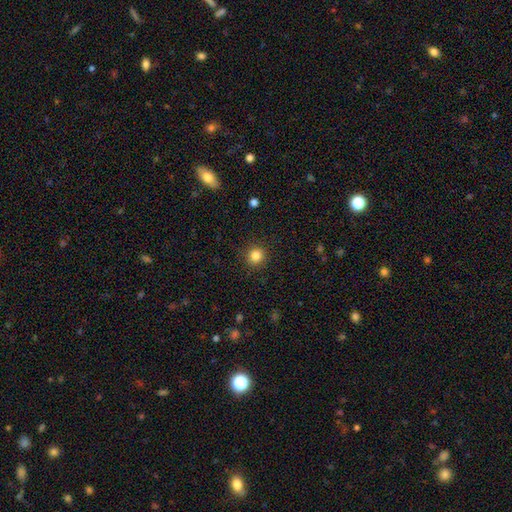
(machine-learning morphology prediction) Smooth or featured? Predicted: smooth (p=0.84). How rounded? Predicted: round (p=0.92). Merging? Predicted: none (p=0.91).